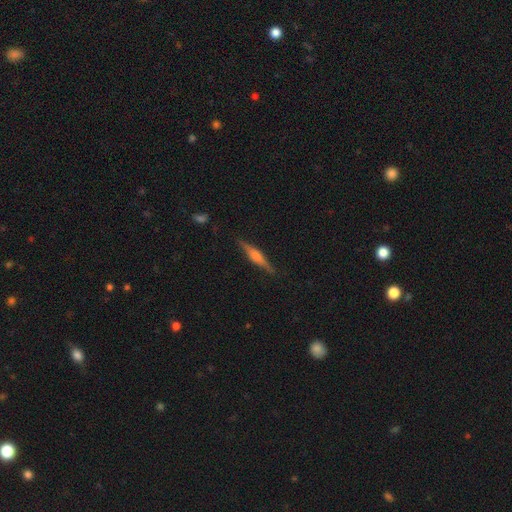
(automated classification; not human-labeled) This appears to be a featured or disk galaxy (68%) viewed edge-on (97%) with a rounded central bulge (73%). Merging: none (88%).